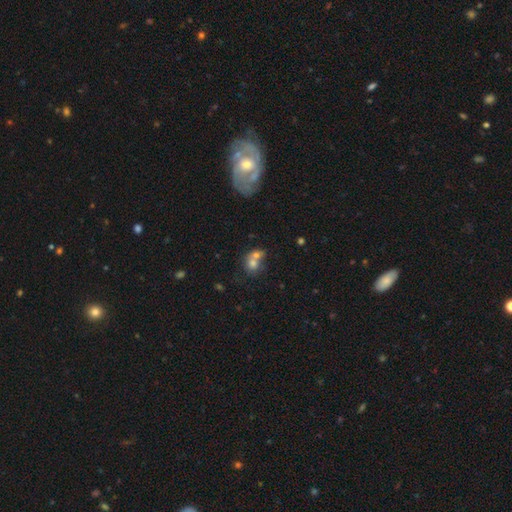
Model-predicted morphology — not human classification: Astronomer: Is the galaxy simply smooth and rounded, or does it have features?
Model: smooth — 51% (runner-up: featured or disk, 30%).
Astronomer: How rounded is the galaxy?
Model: round — 58% (runner-up: in between, 39%).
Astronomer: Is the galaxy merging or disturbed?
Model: none — 44% (runner-up: merger, 36%).